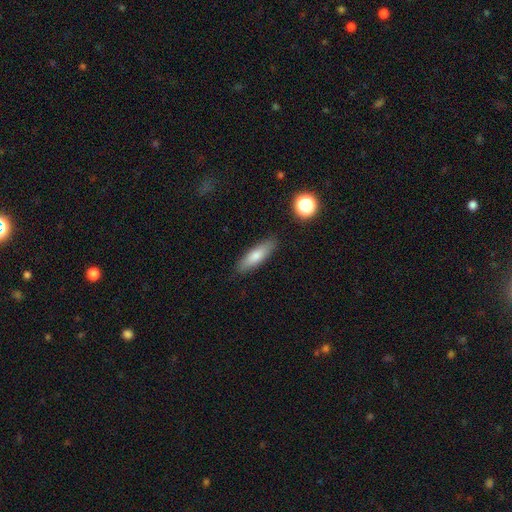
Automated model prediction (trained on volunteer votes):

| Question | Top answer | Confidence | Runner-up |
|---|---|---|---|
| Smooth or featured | smooth | 74% | featured or disk (19%) |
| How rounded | cigar-shaped | 59% | in between (39%) |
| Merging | none | 87% | minor disturbance (10%) |